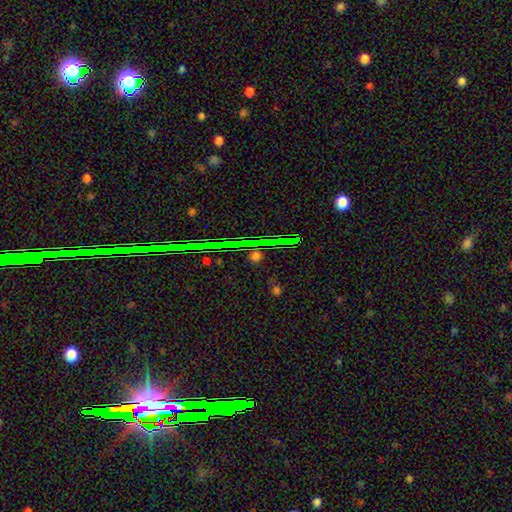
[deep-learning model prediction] A star or artifact, not a galaxy (65%).

Vote fractions:
- Smooth or featured? star or artifact: 65% / smooth: 22% / featured or disk: 13%